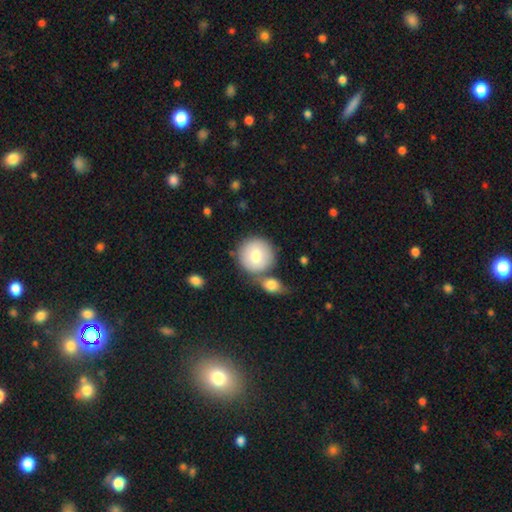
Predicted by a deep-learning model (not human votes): Q: Smooth or featured?
A: smooth (77%); runner-up: featured or disk (16%)
Q: How rounded?
A: round (94%); runner-up: in between (5%)
Q: Merging?
A: none (63%); runner-up: merger (24%)